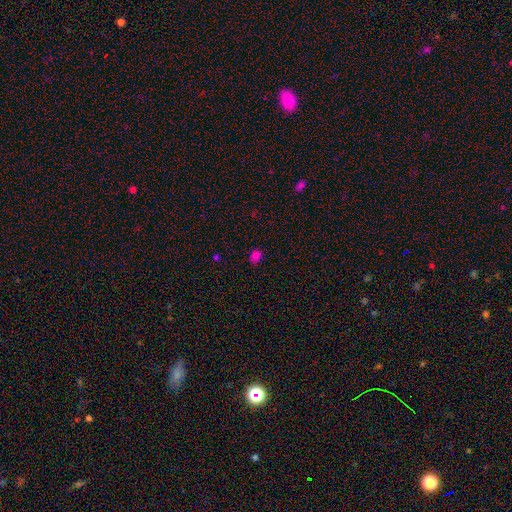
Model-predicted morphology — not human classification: Smooth or featured: smooth — 77% (star or artifact — 20%)
How rounded: in between — 56% (round — 43%)
Merging: none — 80% (minor disturbance — 15%)